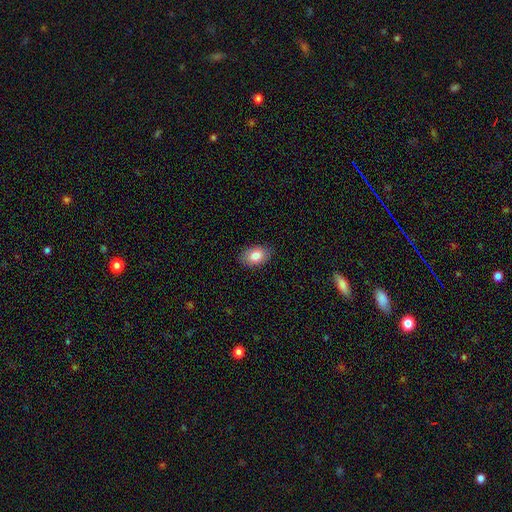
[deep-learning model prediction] Smooth or featured? Predicted: smooth (p=0.83). How rounded? Predicted: in between (p=0.86). Merging? Predicted: none (p=0.86).